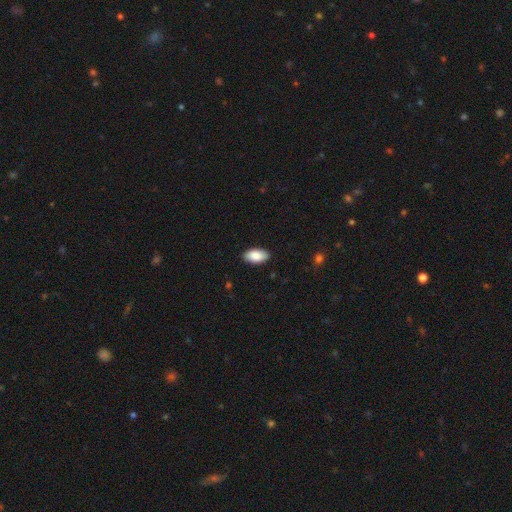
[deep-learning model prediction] smooth_or_featured: smooth (p=0.88) [alt: star or artifact p=0.06]
how_rounded: in between (p=0.95) [alt: cigar-shaped p=0.03]
merging: none (p=0.89) [alt: minor disturbance p=0.09]